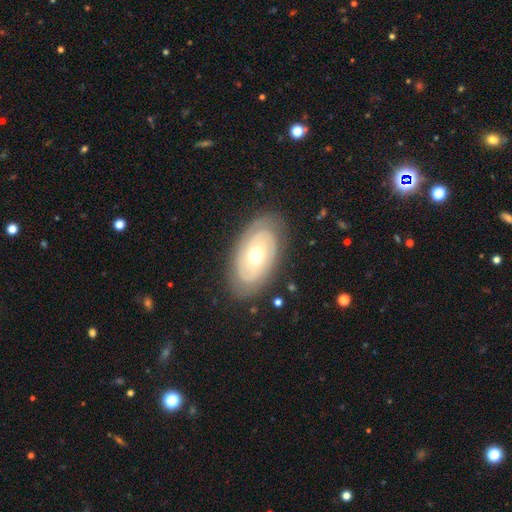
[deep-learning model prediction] featured or disk 79%, smooth 16%, star or artifact 5%. Down the decision tree: edge-on disk — no (94%); bar — no (76%); spiral arms — yes (83%); spiral arm count — 2 (56%); spiral winding — tight (75%); bulge size — moderate (73%); merging — none (81%).